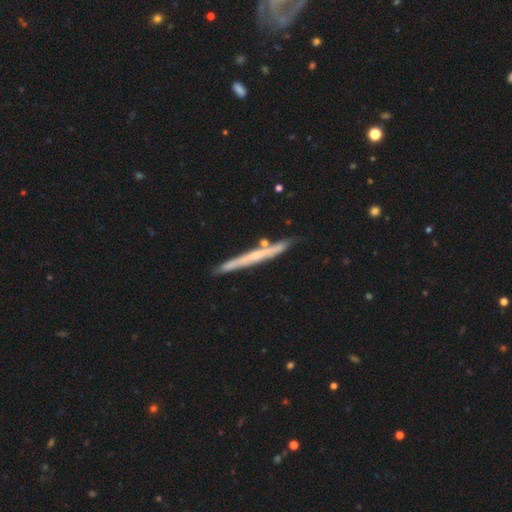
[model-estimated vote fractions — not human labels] Q: Smooth or featured?
A: featured or disk (65%); runner-up: smooth (29%)
Q: Edge-on disk?
A: yes (95%); runner-up: no (5%)
Q: Edge-on bulge?
A: none (66%); runner-up: rounded (29%)
Q: Merging?
A: none (81%); runner-up: minor disturbance (12%)